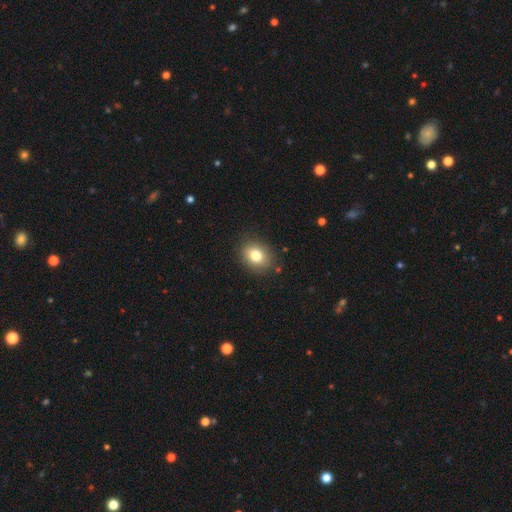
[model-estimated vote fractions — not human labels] Smooth or featured? smooth (79%)
How rounded? in between (53%)
Merging? none (85%)